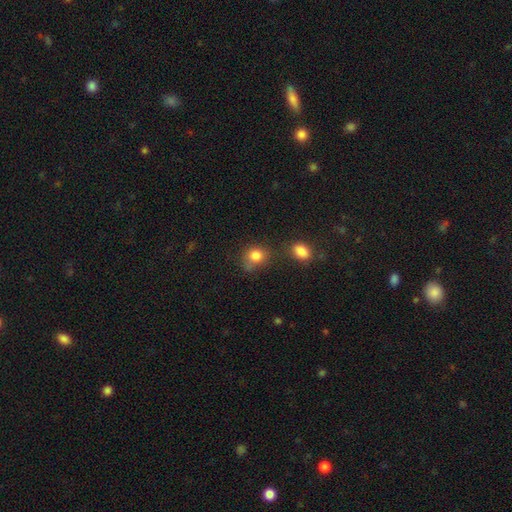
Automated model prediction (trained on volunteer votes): The model was most divided on "merging": none: 52%, minor disturbance: 24%, merger: 15%, major disturbance: 10%. More confident: smooth or featured — smooth (83%); how rounded — round (65%).